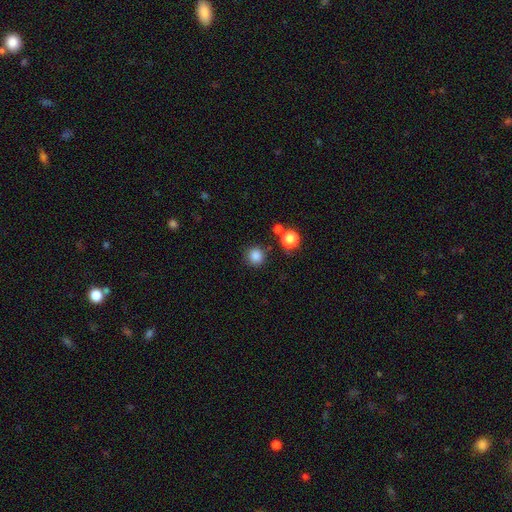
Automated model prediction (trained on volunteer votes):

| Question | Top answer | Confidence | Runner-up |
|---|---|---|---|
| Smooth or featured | smooth | 84% | star or artifact (12%) |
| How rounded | round | 94% | in between (5%) |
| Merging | none | 86% | minor disturbance (8%) |